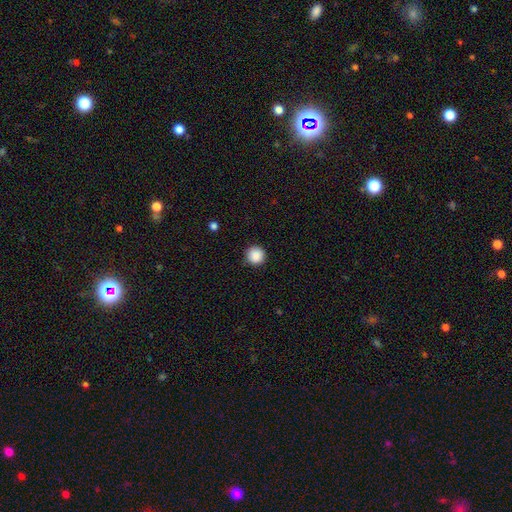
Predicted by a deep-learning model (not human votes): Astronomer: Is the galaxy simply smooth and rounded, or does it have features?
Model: smooth — 89%.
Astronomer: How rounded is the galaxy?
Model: round — 96%.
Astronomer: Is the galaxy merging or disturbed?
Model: none — 89%.